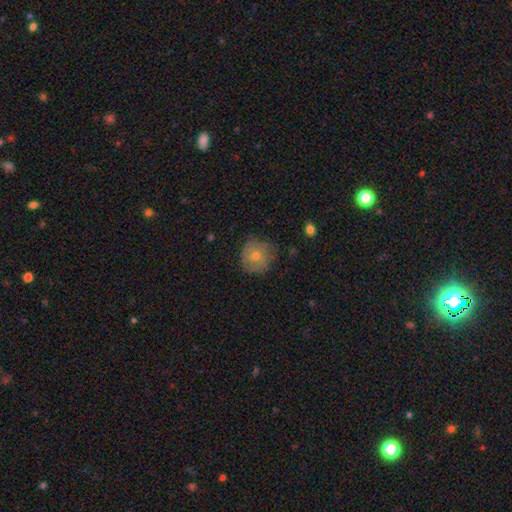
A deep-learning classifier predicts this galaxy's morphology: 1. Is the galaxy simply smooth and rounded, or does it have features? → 63% smooth, 25% featured or disk, 11% star or artifact.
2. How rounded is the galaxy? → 92% round, 7% in between, 1% cigar-shaped.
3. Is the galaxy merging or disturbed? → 76% none, 19% minor disturbance, 4% major disturbance, 1% merger.